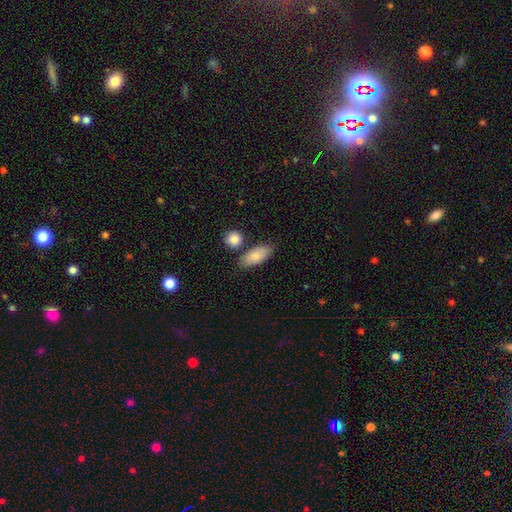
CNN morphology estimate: A smooth galaxy with no disk features (84%) that is in between round and cigar-shaped (83%). Merging: none (74%).